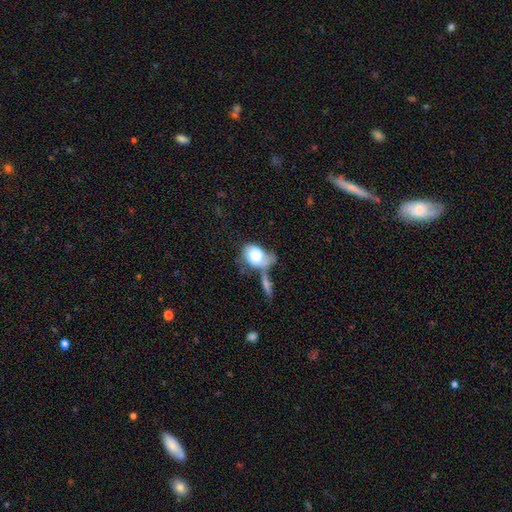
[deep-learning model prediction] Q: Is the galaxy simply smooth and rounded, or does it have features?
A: smooth — 68%.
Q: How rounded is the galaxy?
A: in between — 70%.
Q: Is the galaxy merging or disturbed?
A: merger — 38%.